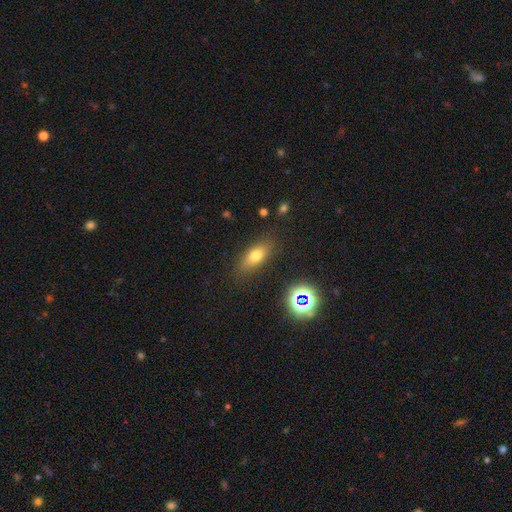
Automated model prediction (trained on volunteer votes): A smooth galaxy with no disk features (71%) that is in between round and cigar-shaped (75%).

Vote fractions:
- Smooth or featured? smooth: 71% / featured or disk: 16% / star or artifact: 13%
- How rounded? in between: 75% / cigar-shaped: 18% / round: 7%
- Merging? none: 82% / minor disturbance: 12% / major disturbance: 4% / merger: 2%